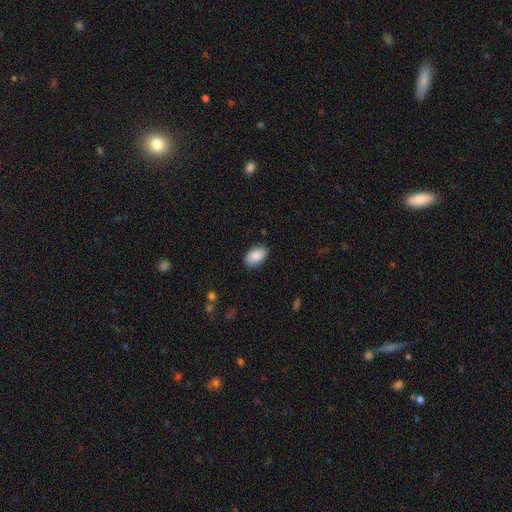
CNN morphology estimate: Q: Smooth or featured?
A: smooth (89%); runner-up: star or artifact (6%)
Q: How rounded?
A: in between (94%); runner-up: round (4%)
Q: Merging?
A: none (87%); runner-up: minor disturbance (9%)